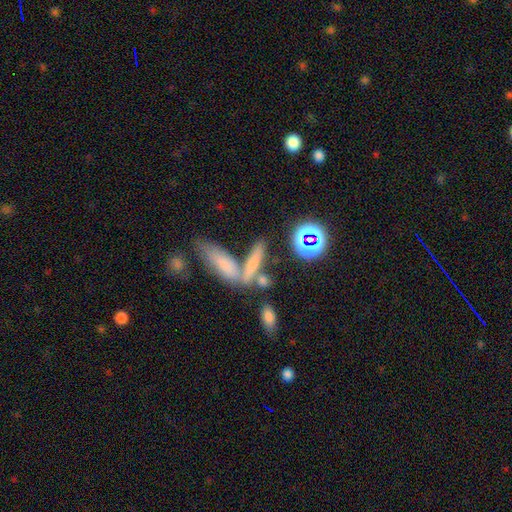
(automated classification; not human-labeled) smooth 63%, featured or disk 21%, star or artifact 16%. Down the decision tree: how rounded — cigar-shaped (66%); merging — none (47%).